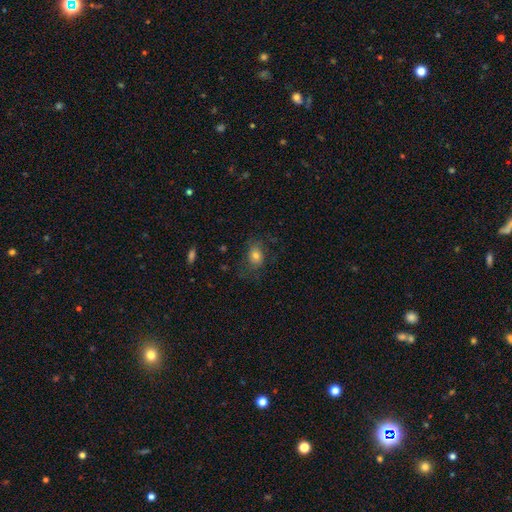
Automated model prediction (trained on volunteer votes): This is likely a smooth galaxy (74%). How rounded: likely in between (61%). Merging: likely none (64%).